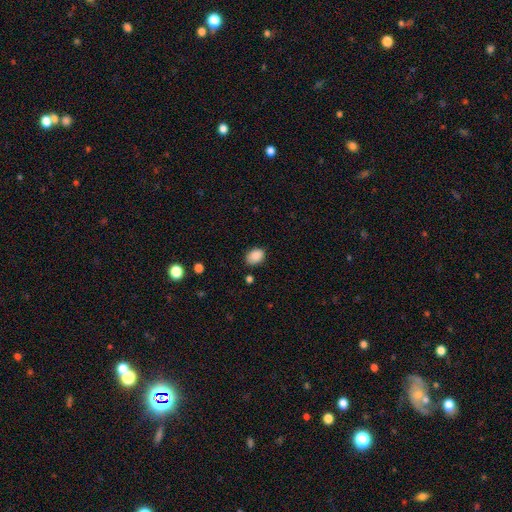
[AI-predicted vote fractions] Smooth or featured? Predicted: smooth (p=0.88). How rounded? Predicted: in between (p=0.75). Merging? Predicted: none (p=0.79).